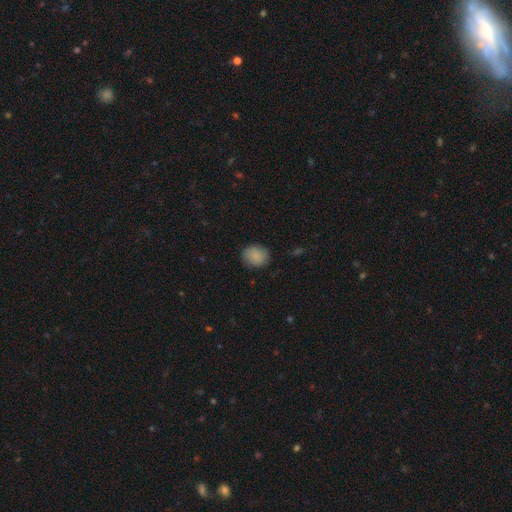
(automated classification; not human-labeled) smooth_or_featured: smooth (p=0.87) [alt: star or artifact p=0.08]
how_rounded: round (p=0.70) [alt: in between p=0.29]
merging: none (p=0.84) [alt: minor disturbance p=0.12]